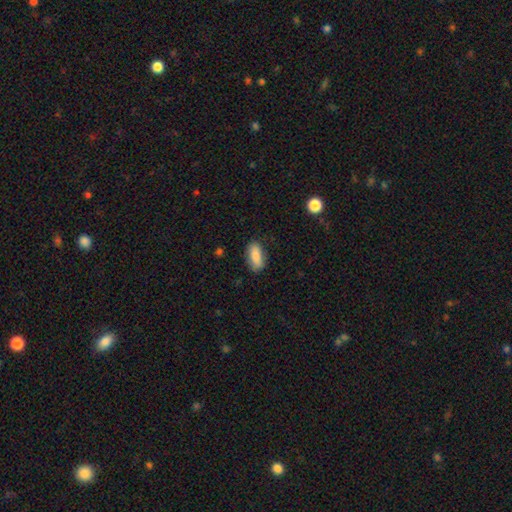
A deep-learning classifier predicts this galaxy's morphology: smooth-or-featured: smooth: 85% | featured or disk: 8% | star or artifact: 7%
  how-rounded: in between: 84% | cigar-shaped: 13% | round: 3%
  merging: none: 81% | minor disturbance: 15% | major disturbance: 3% | merger: 1%